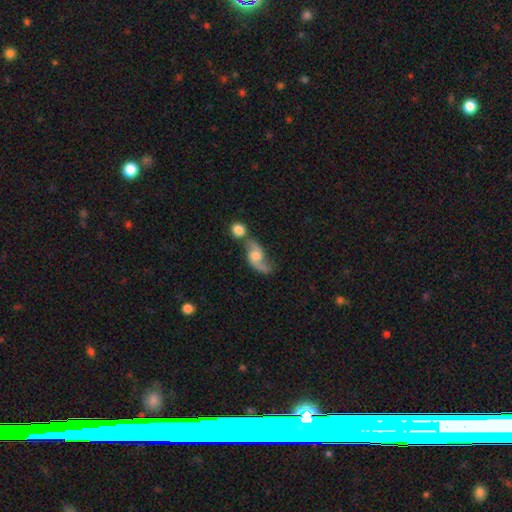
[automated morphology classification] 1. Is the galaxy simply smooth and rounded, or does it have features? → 78% featured or disk, 15% smooth, 7% star or artifact.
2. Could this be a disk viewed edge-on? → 94% no, 6% yes.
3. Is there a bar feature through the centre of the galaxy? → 60% no, 33% weak, 7% strong.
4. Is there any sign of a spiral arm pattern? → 93% yes, 7% no.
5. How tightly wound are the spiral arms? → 78% loose, 18% medium, 4% tight.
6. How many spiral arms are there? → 89% 2, 5% 1, 3% can't tell, 1% 3, 1% 4, 1% more than 4.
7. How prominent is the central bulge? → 57% moderate, 22% small, 13% large, 5% none, 2% dominant.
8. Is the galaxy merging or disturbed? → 39% merger, 37% none, 14% minor disturbance, 10% major disturbance.